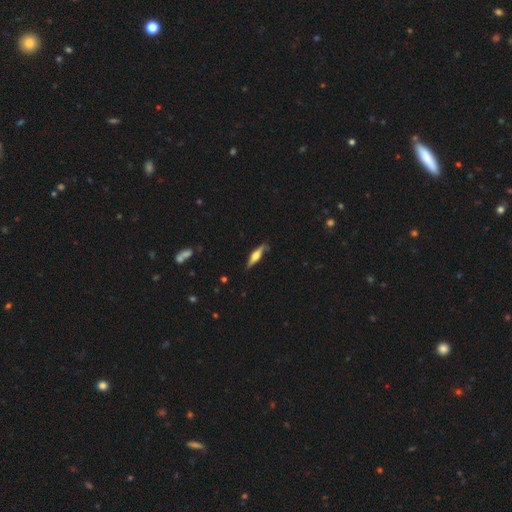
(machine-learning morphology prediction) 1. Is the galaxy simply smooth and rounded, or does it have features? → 52% featured or disk, 42% smooth, 6% star or artifact.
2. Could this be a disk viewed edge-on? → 91% yes, 9% no.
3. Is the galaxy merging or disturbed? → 75% none, 20% minor disturbance, 4% major disturbance, 2% merger.